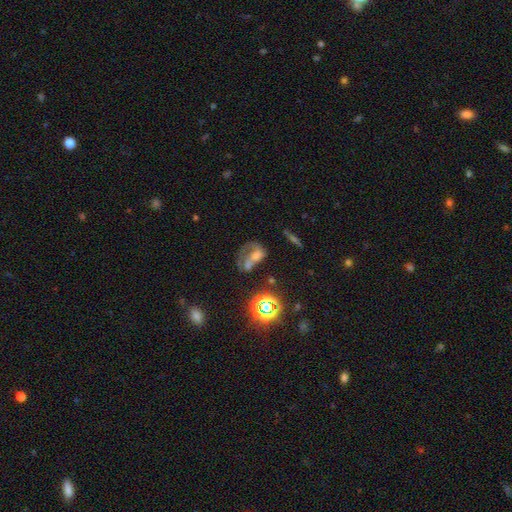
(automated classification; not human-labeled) Smooth or featured? featured or disk (48%)
Merging? major disturbance (36%)